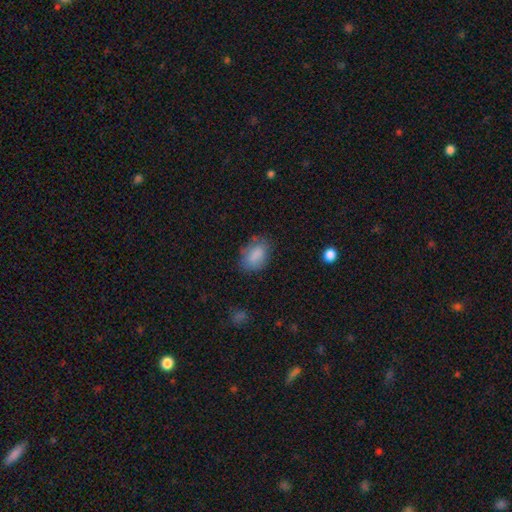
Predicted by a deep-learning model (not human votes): Smooth or featured? smooth (82%)
How rounded? in between (86%)
Merging? none (67%)